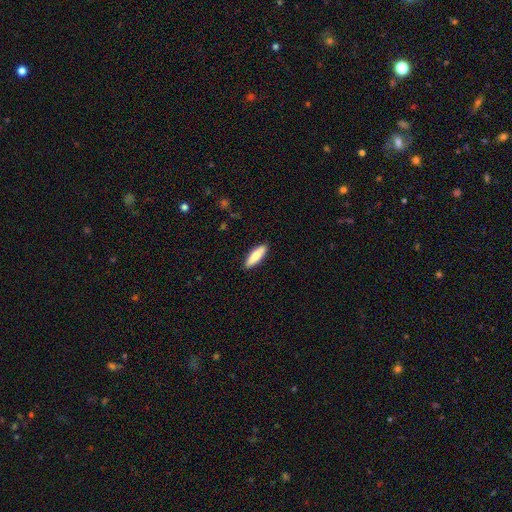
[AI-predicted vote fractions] Smooth or featured? smooth (79%)
How rounded? cigar-shaped (62%)
Merging? none (90%)